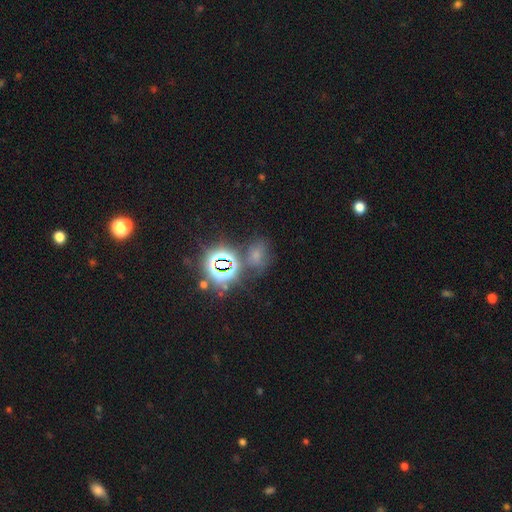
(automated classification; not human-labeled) Smooth or featured?
  - star or artifact: 47% *
  - smooth: 42%
  - featured or disk: 11%